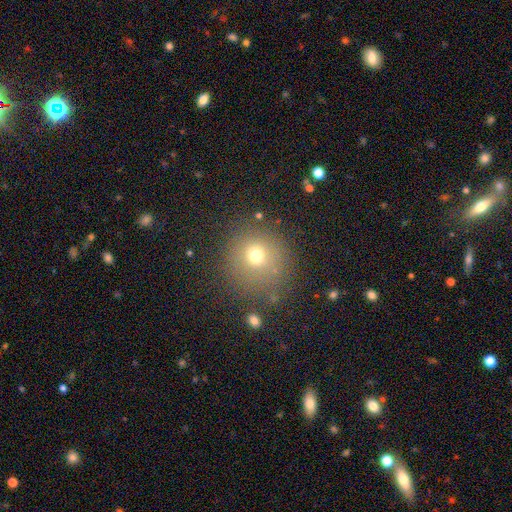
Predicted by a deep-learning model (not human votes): smooth 69%, star or artifact 20%, featured or disk 11%. Down the decision tree: how rounded — round (92%); merging — none (80%).